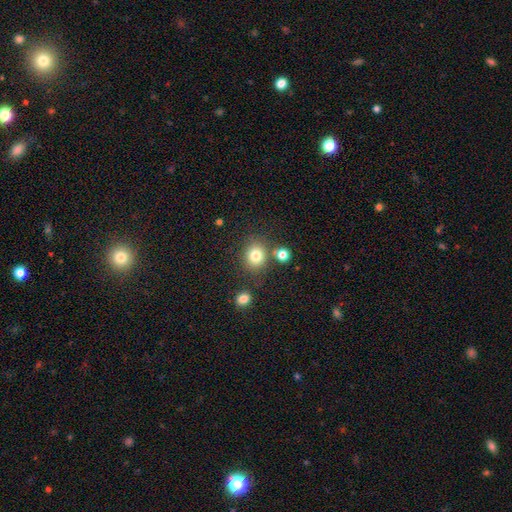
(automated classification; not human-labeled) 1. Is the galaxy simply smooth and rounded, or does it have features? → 81% smooth, 12% star or artifact, 7% featured or disk.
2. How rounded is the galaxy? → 74% round, 25% in between, 1% cigar-shaped.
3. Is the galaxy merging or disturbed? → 73% none, 13% merger, 11% minor disturbance, 4% major disturbance.